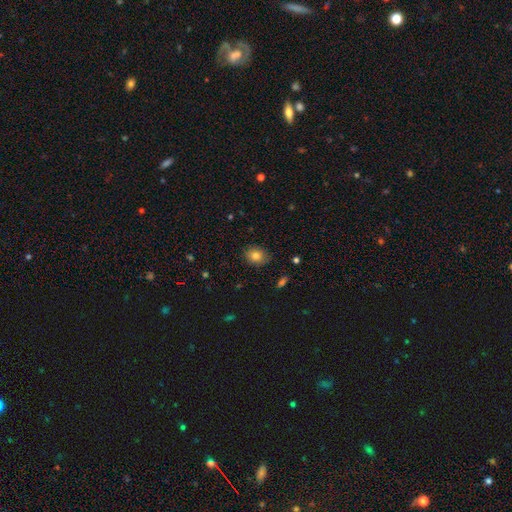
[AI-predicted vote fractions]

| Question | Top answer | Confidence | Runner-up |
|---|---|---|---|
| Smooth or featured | smooth | 80% | star or artifact (11%) |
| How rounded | round | 53% | in between (45%) |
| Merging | none | 85% | minor disturbance (12%) |